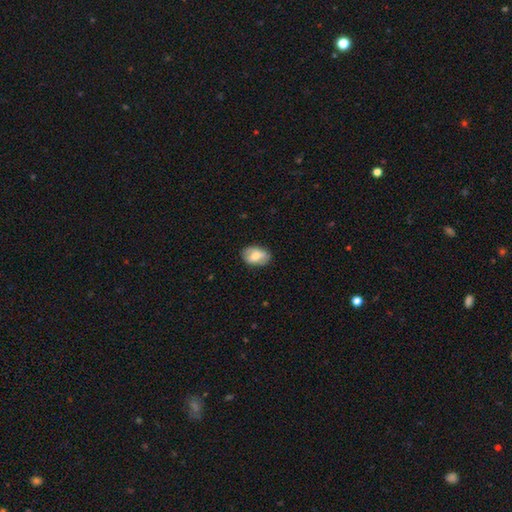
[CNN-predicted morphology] type=smooth (63%); roundness=in between (87%); merging=none (81%).